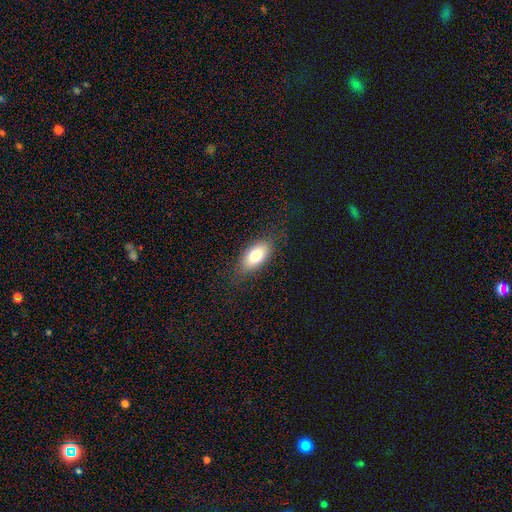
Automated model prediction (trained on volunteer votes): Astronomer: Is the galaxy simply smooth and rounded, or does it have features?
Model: smooth — 77%.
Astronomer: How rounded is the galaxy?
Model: in between — 89%.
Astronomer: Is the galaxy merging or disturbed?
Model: none — 82%.